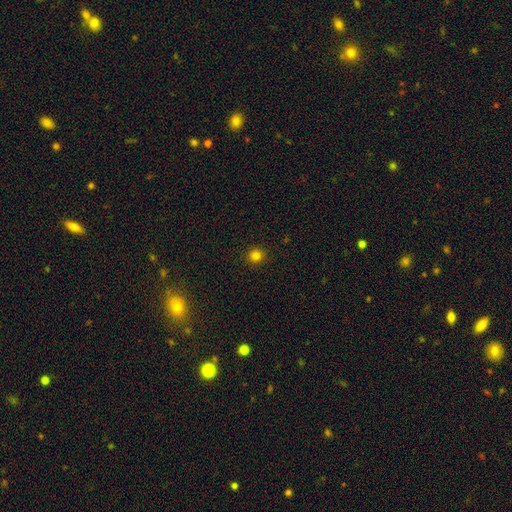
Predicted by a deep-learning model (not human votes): smooth_or_featured: smooth (p=0.81) [alt: star or artifact p=0.15]
how_rounded: round (p=0.92) [alt: in between p=0.07]
merging: none (p=0.92) [alt: minor disturbance p=0.05]